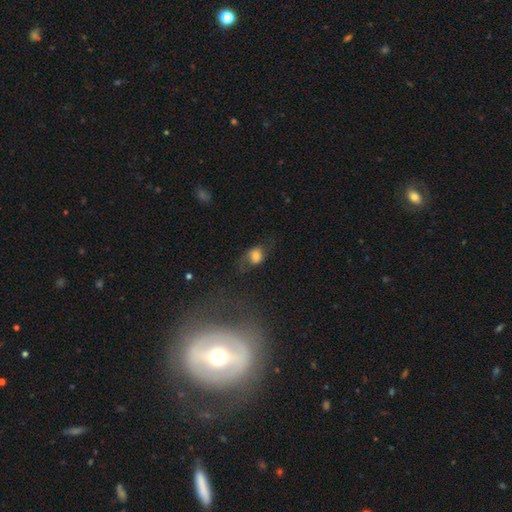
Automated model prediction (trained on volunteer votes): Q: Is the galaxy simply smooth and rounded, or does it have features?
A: smooth — 58%.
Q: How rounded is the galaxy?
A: in between — 58%.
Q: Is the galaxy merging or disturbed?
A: none — 41%.